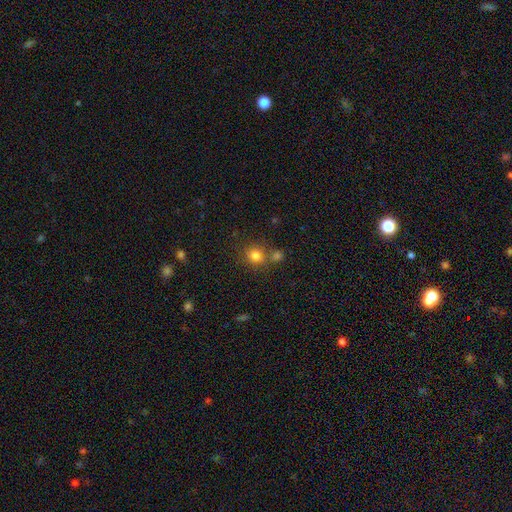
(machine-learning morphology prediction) Q: Smooth or featured?
A: smooth (80%); runner-up: star or artifact (13%)
Q: How rounded?
A: round (84%); runner-up: in between (15%)
Q: Merging?
A: none (68%); runner-up: merger (19%)